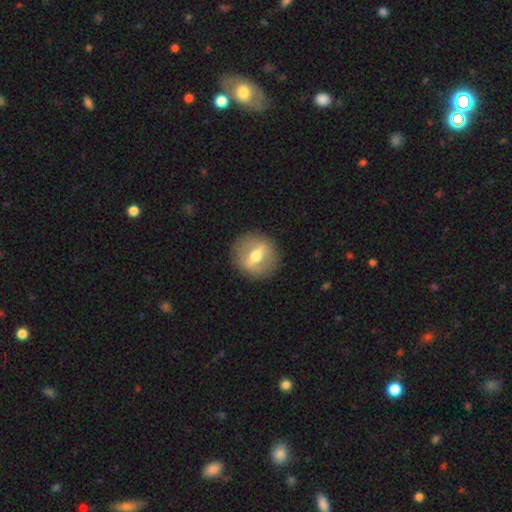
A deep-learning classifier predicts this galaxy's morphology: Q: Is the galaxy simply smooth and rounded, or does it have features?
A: featured or disk — 62%.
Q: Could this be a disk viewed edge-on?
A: no — 73%.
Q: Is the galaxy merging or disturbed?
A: none — 88%.